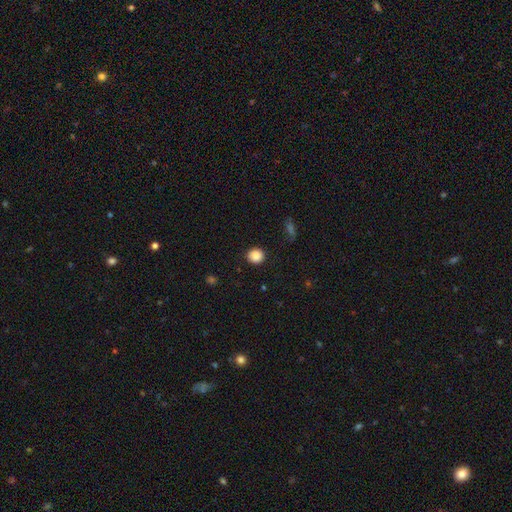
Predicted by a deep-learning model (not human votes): smooth_or_featured: smooth (p=0.87) [alt: star or artifact p=0.10]
how_rounded: round (p=0.90) [alt: in between p=0.09]
merging: none (p=0.90) [alt: minor disturbance p=0.06]